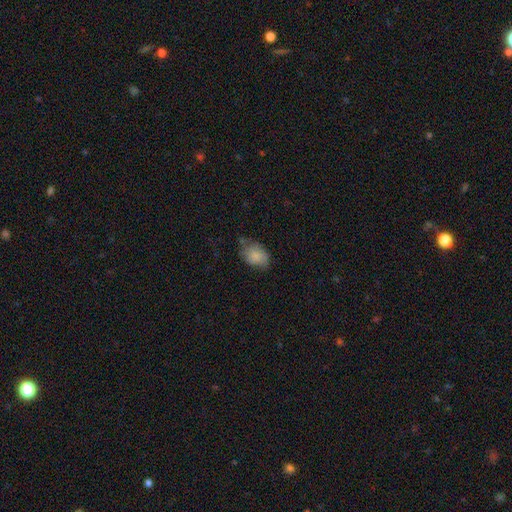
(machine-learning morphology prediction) smooth 79%, featured or disk 13%, star or artifact 8%. Down the decision tree: how rounded — in between (74%); merging — none (52%).